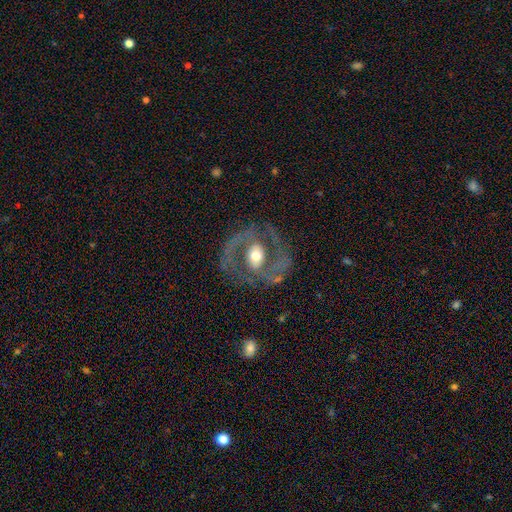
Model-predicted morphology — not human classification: featured or disk 81%, smooth 14%, star or artifact 6%. Down the decision tree: edge-on disk — no (96%); bar — no (38%, tied with weak); spiral arms — yes (77%); spiral arm count — 2 (87%); spiral winding — medium (54%); bulge size — moderate (66%); merging — none (75%).